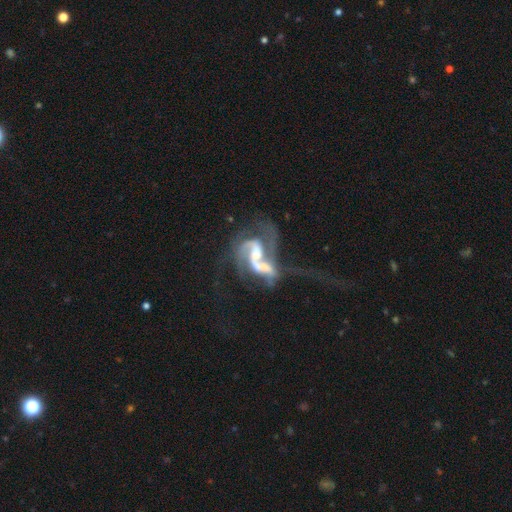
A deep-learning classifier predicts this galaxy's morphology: type=featured or disk (85%); edge-on=no (97%); bar=no (41%); spiral arms=yes (91%); winding=medium (43%); arm count=2 (72%); bulge=moderate (42%); merging=merger (57%).